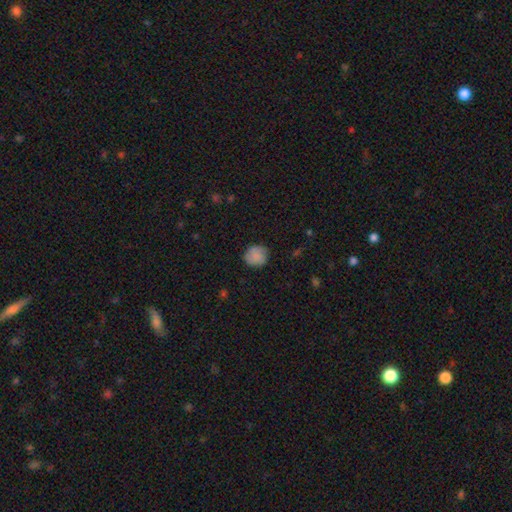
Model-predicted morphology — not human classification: type=smooth (81%); roundness=round (84%); merging=none (79%).